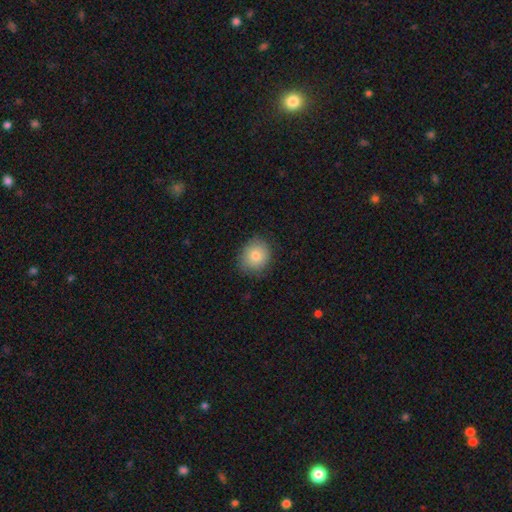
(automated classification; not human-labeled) Smooth or featured?
  - smooth: 81% *
  - featured or disk: 10%
  - star or artifact: 9%
How rounded?
  - round: 74% *
  - in between: 25%
  - cigar-shaped: 1%
Merging?
  - none: 84% *
  - minor disturbance: 12%
  - major disturbance: 3%
  - merger: 1%